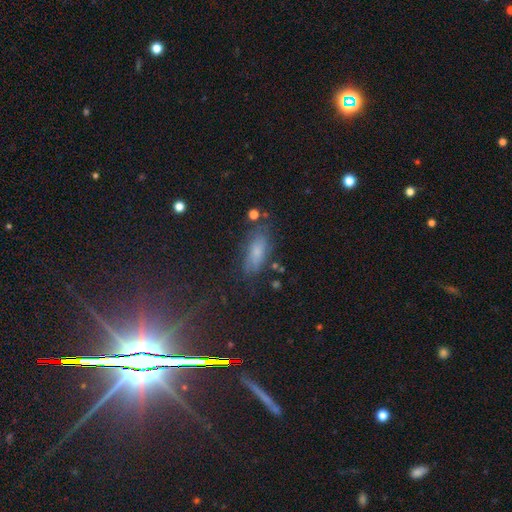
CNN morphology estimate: Overall: smooth (40%; star or artifact 37%). Merging: none (76%).